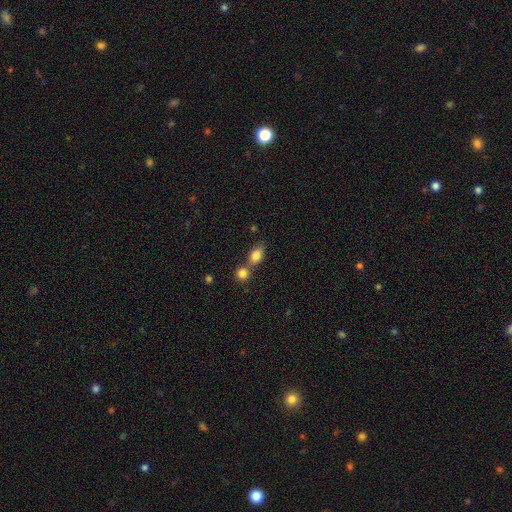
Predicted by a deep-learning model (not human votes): A smooth galaxy with no disk features (82%) that is in between round and cigar-shaped (75%).

Vote fractions:
- Smooth or featured? smooth: 82% / star or artifact: 9% / featured or disk: 9%
- How rounded? in between: 75% / round: 20% / cigar-shaped: 4%
- Merging? merger: 44% / none: 42% / minor disturbance: 10% / major disturbance: 4%